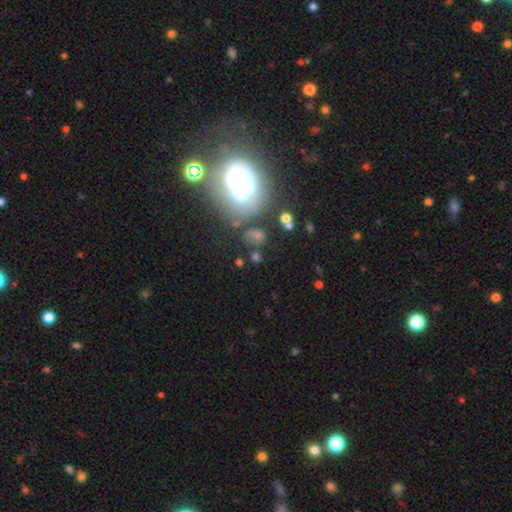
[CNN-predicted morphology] featured or disk 41%, smooth 37%, star or artifact 23%. Down the decision tree: merging — none (49%).